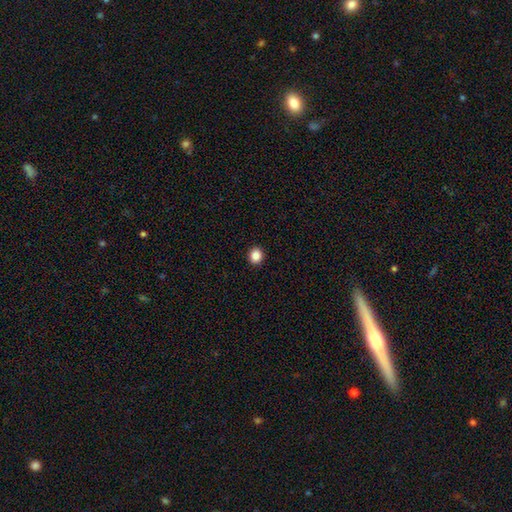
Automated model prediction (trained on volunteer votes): Smooth or featured: smooth — 86% (star or artifact — 10%)
How rounded: round — 79% (in between — 20%)
Merging: none — 93% (minor disturbance — 5%)